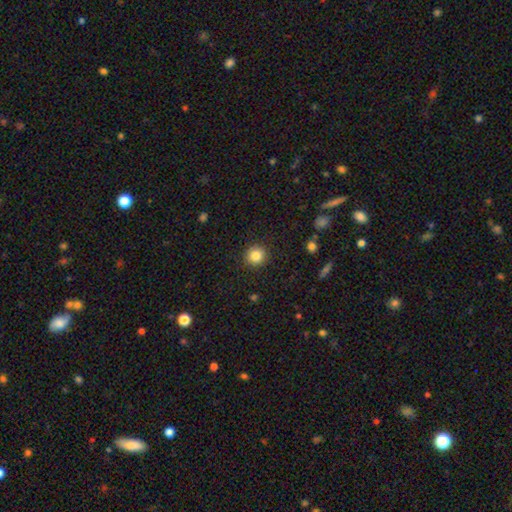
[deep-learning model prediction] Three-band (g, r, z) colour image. It shows a smooth galaxy with no disk features (84%) that is round (91%). Merging: none (90%).